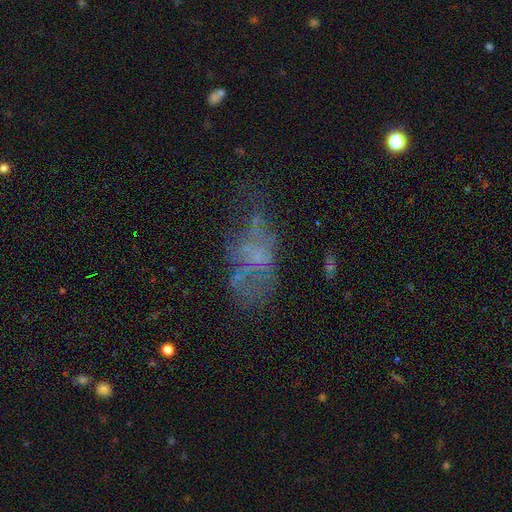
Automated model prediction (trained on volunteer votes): smooth-or-featured: featured or disk: 49% | smooth: 34% | star or artifact: 18%
  merging: none: 39% | major disturbance: 31% | minor disturbance: 23% | merger: 7%